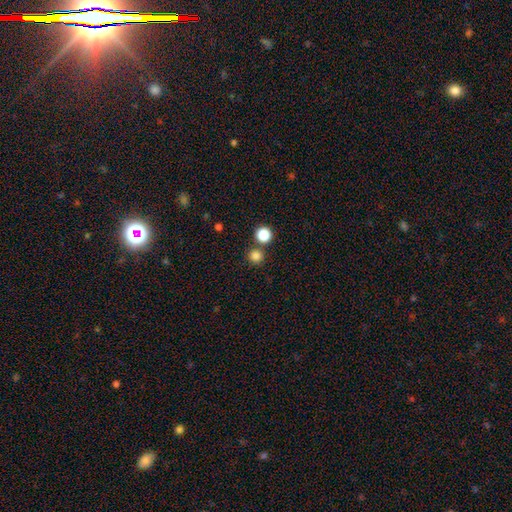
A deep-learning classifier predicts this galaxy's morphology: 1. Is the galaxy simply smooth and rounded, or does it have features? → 82% smooth, 14% star or artifact, 4% featured or disk.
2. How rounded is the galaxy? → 94% round, 5% in between, 1% cigar-shaped.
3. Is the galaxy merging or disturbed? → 77% none, 15% merger, 6% minor disturbance, 2% major disturbance.